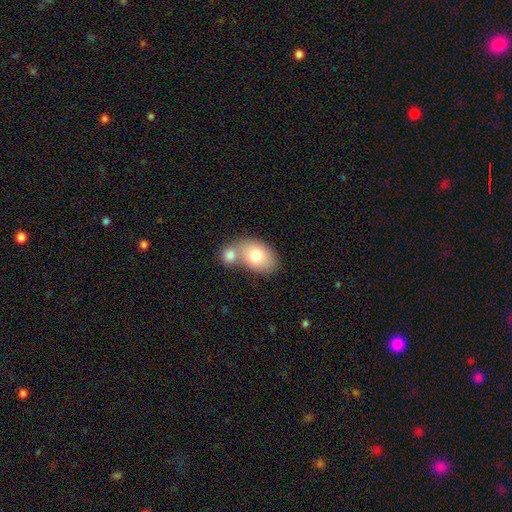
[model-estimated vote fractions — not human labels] Overall: smooth (76%). How rounded: in between (83%). Merging: merger (51%; none 36%).